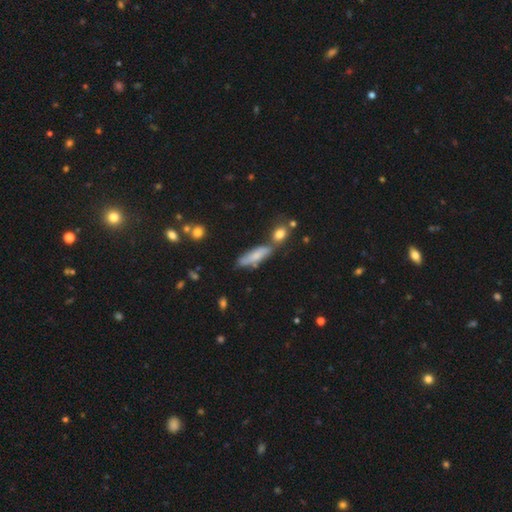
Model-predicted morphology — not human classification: Smooth or featured? Predicted: smooth (p=0.64). How rounded? Predicted: cigar-shaped (p=0.57). Merging? Predicted: none (p=0.57).